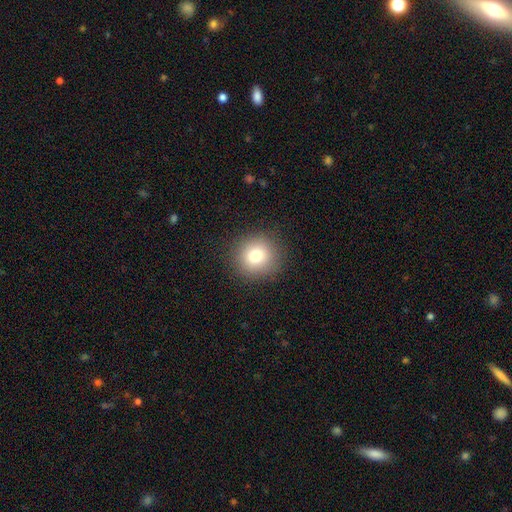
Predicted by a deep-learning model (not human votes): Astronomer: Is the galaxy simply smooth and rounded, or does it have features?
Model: smooth — 78%.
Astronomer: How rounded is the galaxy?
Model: round — 93%.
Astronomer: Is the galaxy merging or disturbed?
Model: none — 90%.